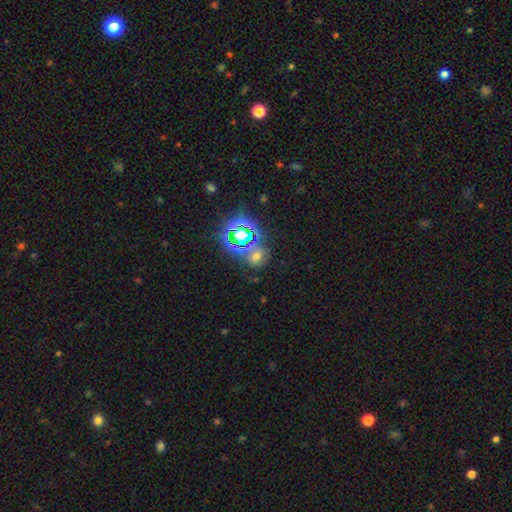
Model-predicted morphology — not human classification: This is possibly a star or artifact rather than a galaxy (59%).